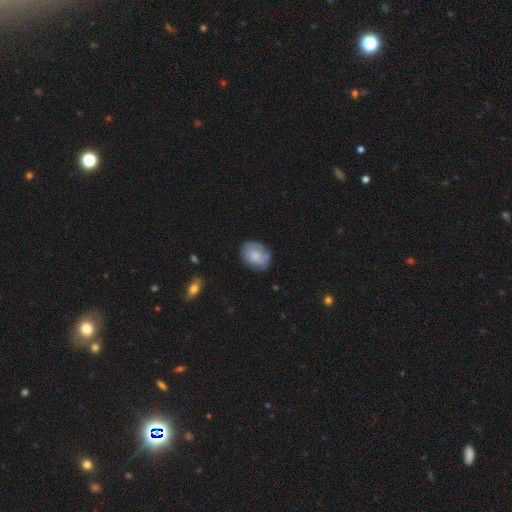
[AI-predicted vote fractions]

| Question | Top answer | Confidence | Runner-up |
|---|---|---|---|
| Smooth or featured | smooth | 69% | featured or disk (24%) |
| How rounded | in between | 58% | round (41%) |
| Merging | none | 73% | minor disturbance (21%) |